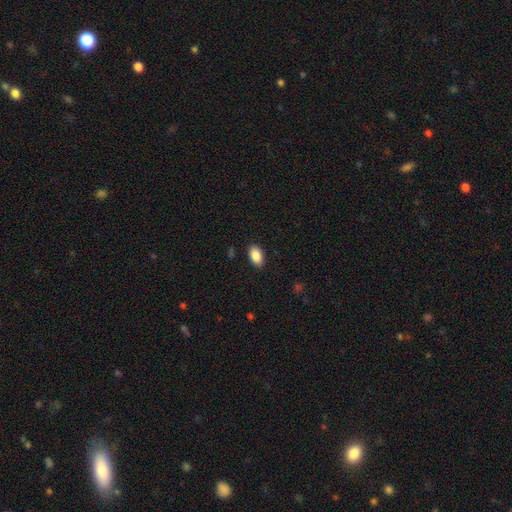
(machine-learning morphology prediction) smooth 89%, star or artifact 7%, featured or disk 4%. Down the decision tree: how rounded — in between (94%); merging — none (88%).